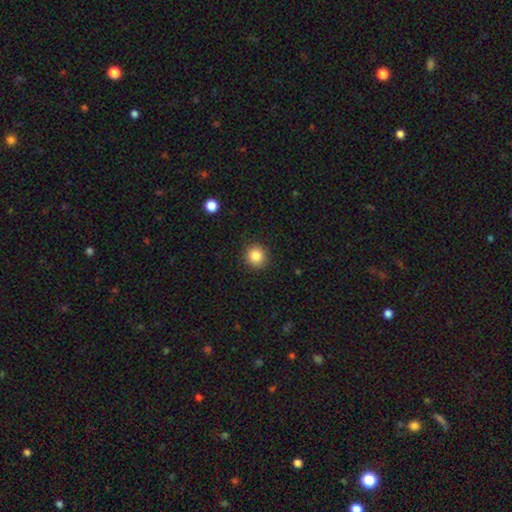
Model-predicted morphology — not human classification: Smooth or featured? smooth (86%)
How rounded? round (93%)
Merging? none (91%)